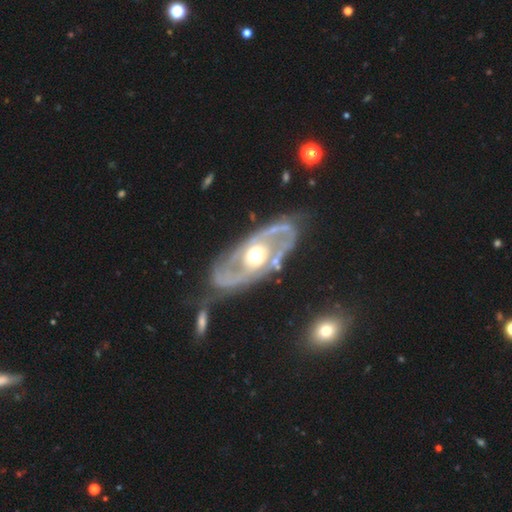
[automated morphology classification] The model was most divided on "spiral winding": tight: 39%, medium: 37%, loose: 24%. More confident: edge-on disk — no (92%); smooth or featured — featured or disk (86%); spiral arms — yes (75%); bar — no (70%); bulge size — moderate (70%); spiral arm count — 2 (69%); merging — none (62%).